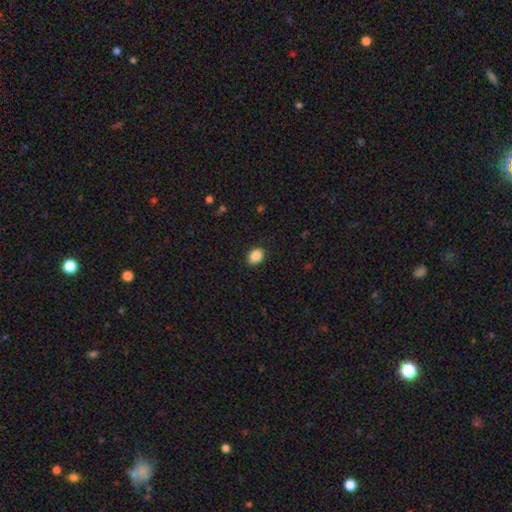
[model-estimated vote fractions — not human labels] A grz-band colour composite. It shows a smooth galaxy with no disk features (89%) that is in between round and cigar-shaped (64%). Merging: none (88%).